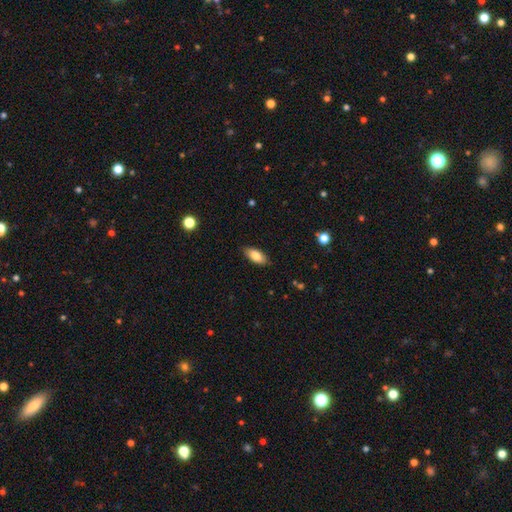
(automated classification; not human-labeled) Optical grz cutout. It shows a smooth galaxy with no disk features (83%) that is in between round and cigar-shaped (87%). Merging: none (86%).